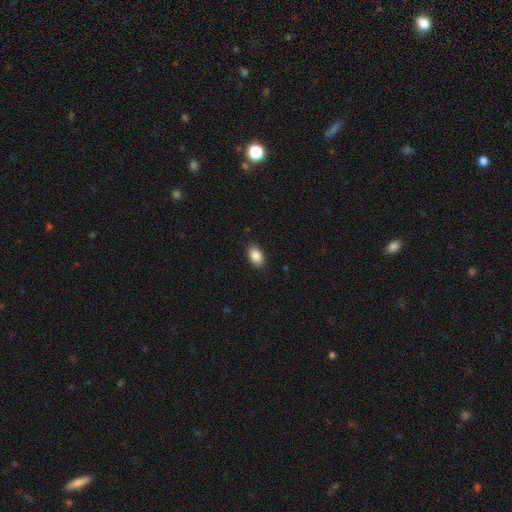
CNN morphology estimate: Q: Smooth or featured?
A: smooth (88%); runner-up: star or artifact (7%)
Q: How rounded?
A: in between (91%); runner-up: round (8%)
Q: Merging?
A: none (88%); runner-up: minor disturbance (9%)